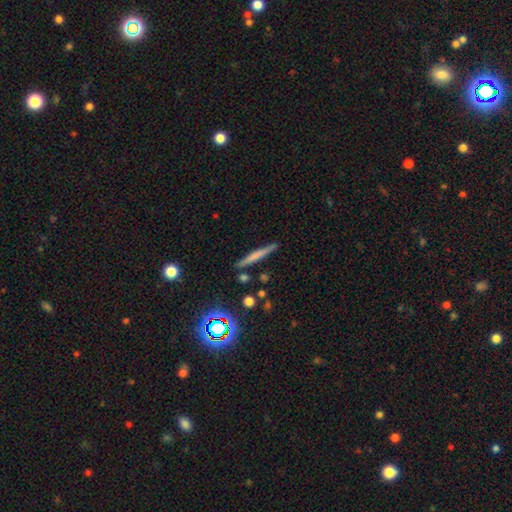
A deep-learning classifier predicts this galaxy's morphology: Smooth or featured: smooth — 57% (featured or disk — 33%)
How rounded: cigar-shaped — 94% (in between — 4%)
Merging: none — 87% (minor disturbance — 9%)